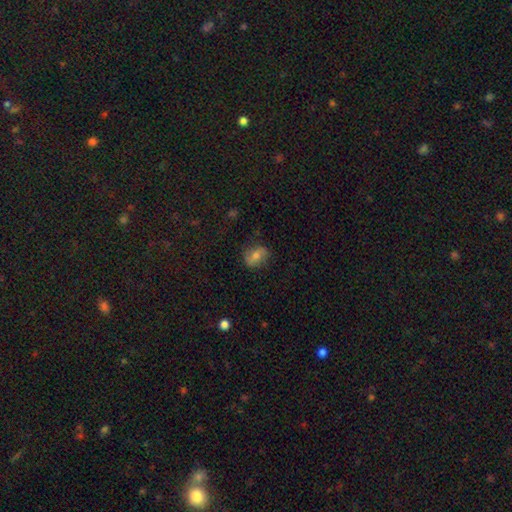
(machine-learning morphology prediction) Q: Smooth or featured?
A: smooth (55%); runner-up: featured or disk (32%)
Q: How rounded?
A: in between (63%); runner-up: round (34%)
Q: Merging?
A: none (78%); runner-up: minor disturbance (16%)